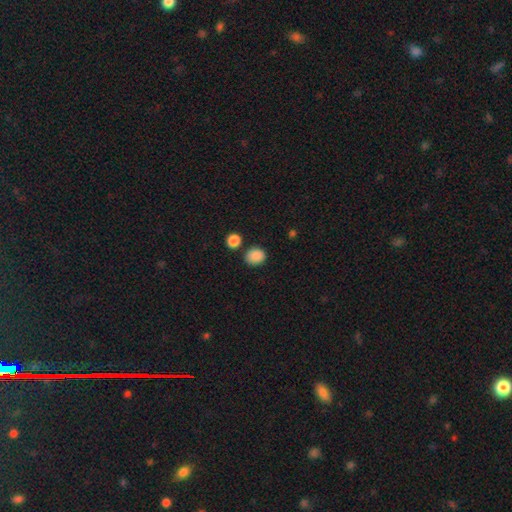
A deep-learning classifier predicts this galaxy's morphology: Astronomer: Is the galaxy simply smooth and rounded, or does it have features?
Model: smooth — 87%.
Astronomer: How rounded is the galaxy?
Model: round — 62% (runner-up: in between, 37%).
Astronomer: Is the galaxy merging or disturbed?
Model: none — 78%.